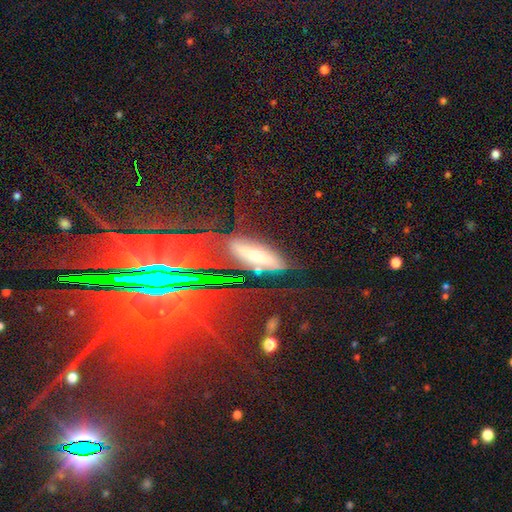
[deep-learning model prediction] Overall: featured or disk (47%; smooth 33%). Merging: none (63%).